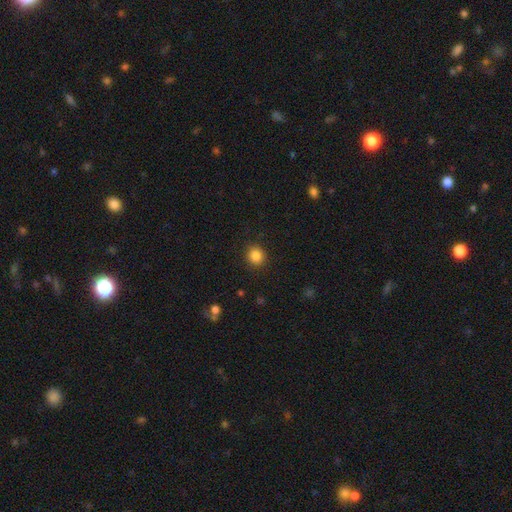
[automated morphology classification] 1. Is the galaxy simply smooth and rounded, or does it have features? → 86% smooth, 10% star or artifact, 4% featured or disk.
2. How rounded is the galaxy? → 86% round, 13% in between, 1% cigar-shaped.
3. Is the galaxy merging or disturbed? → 90% none, 7% minor disturbance, 2% major disturbance, 1% merger.